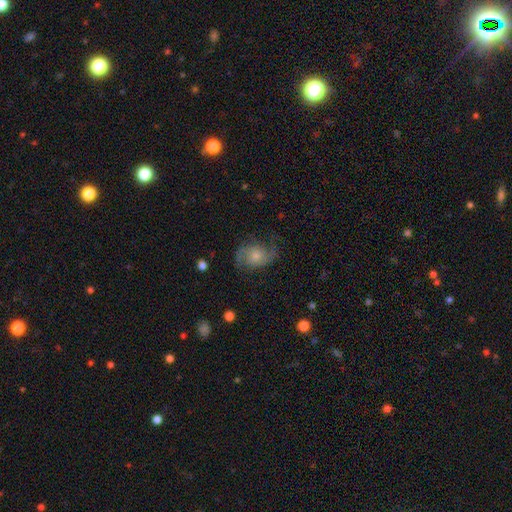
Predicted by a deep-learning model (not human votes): Smooth or featured?
  - featured or disk: 76% *
  - smooth: 16%
  - star or artifact: 7%
Edge-on disk?
  - no: 97% *
  - yes: 3%
Bar?
  - no: 72% *
  - weak: 24%
  - strong: 4%
Spiral arms?
  - yes: 94% *
  - no: 6%
Spiral winding?
  - medium: 48% *
  - loose: 36%
  - tight: 17%
Spiral arm count?
  - 2: 89% *
  - can't tell: 4%
  - 1: 2%
  - 3: 2%
  - 4: 1%
  - more than 4: 1%
Bulge size?
  - small: 51% *
  - moderate: 37%
  - none: 5%
  - large: 5%
  - dominant: 2%
Merging?
  - none: 69% *
  - minor disturbance: 19%
  - major disturbance: 11%
  - merger: 1%